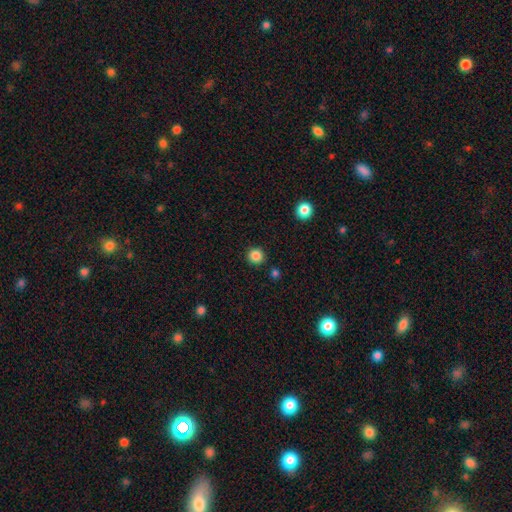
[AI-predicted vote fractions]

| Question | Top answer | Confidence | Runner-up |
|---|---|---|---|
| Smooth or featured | smooth | 85% | star or artifact (11%) |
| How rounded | round | 95% | in between (4%) |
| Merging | none | 91% | minor disturbance (5%) |